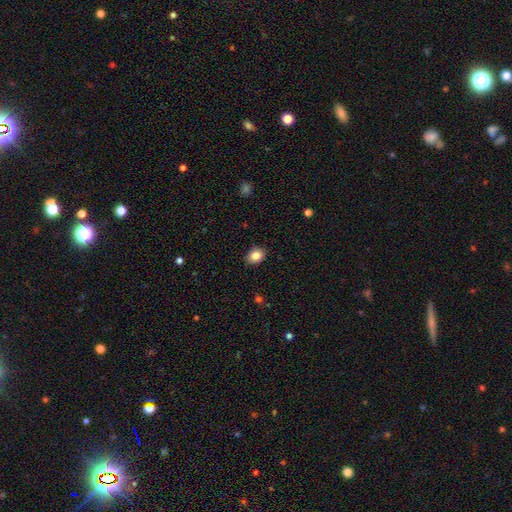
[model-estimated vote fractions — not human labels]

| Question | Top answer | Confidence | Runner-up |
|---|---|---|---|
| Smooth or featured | smooth | 84% | star or artifact (9%) |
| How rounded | in between | 57% | round (42%) |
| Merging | none | 88% | minor disturbance (9%) |